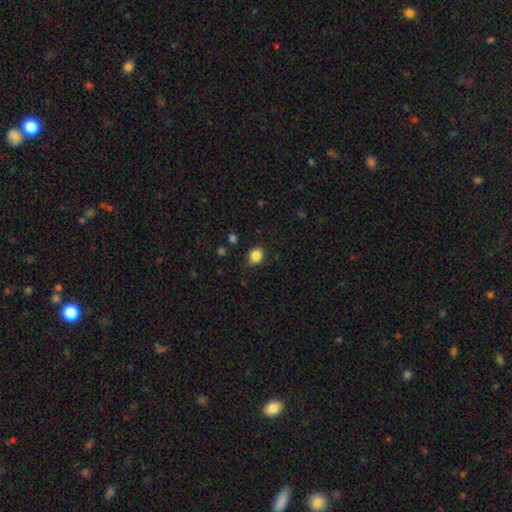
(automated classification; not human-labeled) This is clearly a smooth galaxy (85%). How rounded: possibly round (56%). Merging: likely none (76%).